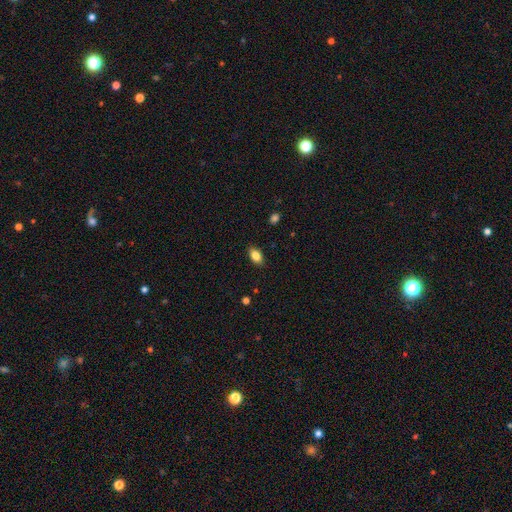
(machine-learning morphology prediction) Smooth or featured? Predicted: smooth (p=0.85). How rounded? Predicted: in between (p=0.89). Merging? Predicted: none (p=0.88).